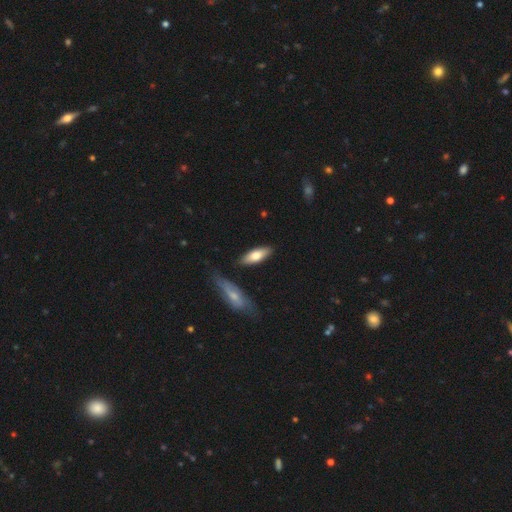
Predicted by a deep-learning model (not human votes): This is likely a smooth galaxy (70%). How rounded: likely in between (62%). Merging: clearly none (82%).